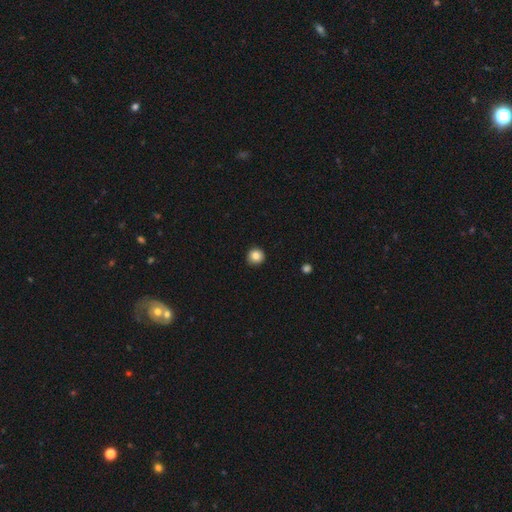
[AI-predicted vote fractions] The model was most divided on "smooth or featured": smooth: 84%, star or artifact: 10%, featured or disk: 6%. More confident: how rounded — round (94%); merging — none (92%).